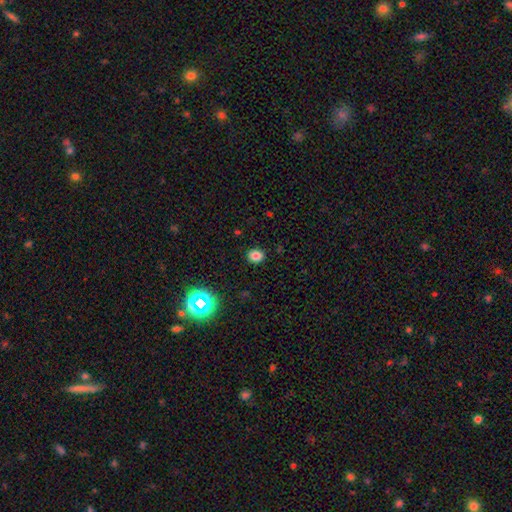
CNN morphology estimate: smooth-or-featured: smooth: 80% | star or artifact: 15% | featured or disk: 5%
  how-rounded: round: 54% | in between: 45% | cigar-shaped: 1%
  merging: none: 88% | minor disturbance: 8% | major disturbance: 2% | merger: 1%